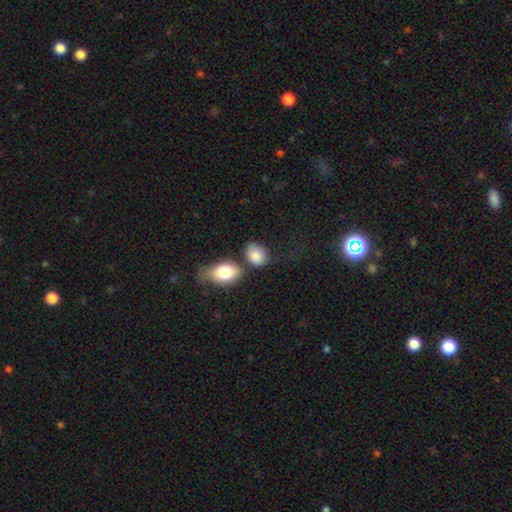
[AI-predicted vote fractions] Morphology: type=smooth (83%); roundness=in between (71%); merging=none (50%).